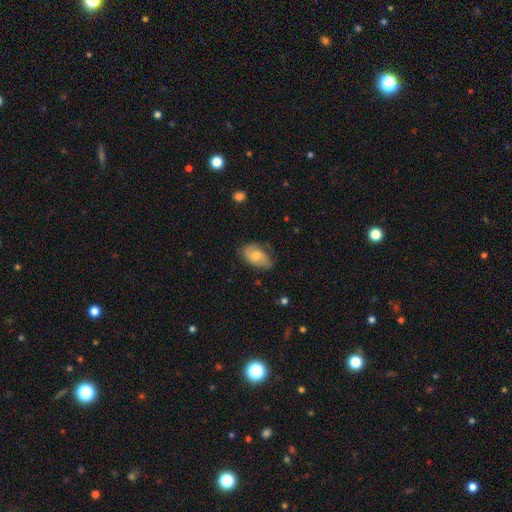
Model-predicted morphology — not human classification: smooth_or_featured: smooth (p=0.48) [alt: featured or disk p=0.45]
merging: none (p=0.63) [alt: minor disturbance p=0.28]